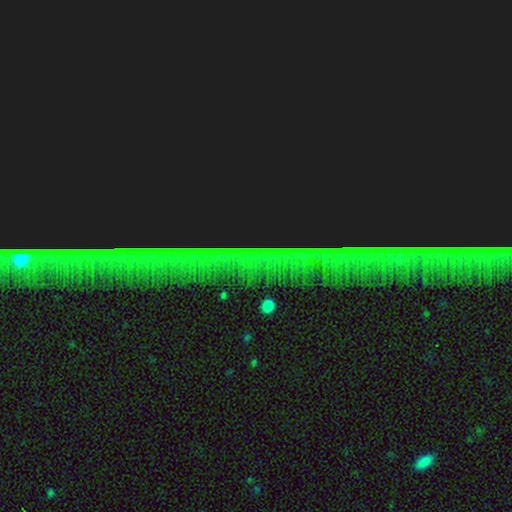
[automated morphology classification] Overall: star or artifact (85%).